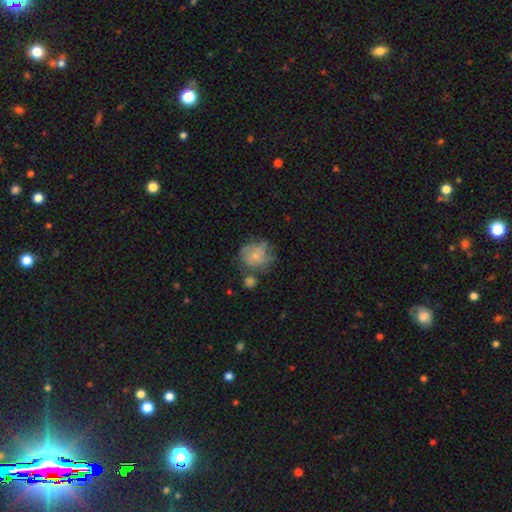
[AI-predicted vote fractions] This is possibly a smooth galaxy (55%). How rounded: likely round (73%). Merging: possibly none (47%).